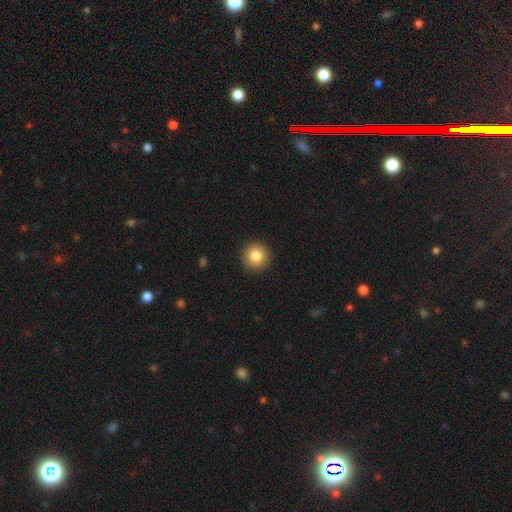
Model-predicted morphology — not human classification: Overall: smooth (83%). How rounded: round (95%). Merging: none (93%).